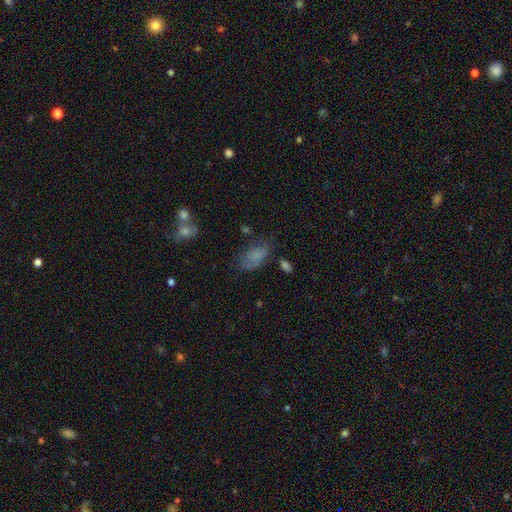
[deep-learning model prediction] A smooth galaxy with no disk features (74%) that is in between round and cigar-shaped (90%).

Vote fractions:
- Smooth or featured? smooth: 74% / featured or disk: 14% / star or artifact: 12%
- How rounded? in between: 90% / round: 6% / cigar-shaped: 4%
- Merging? none: 50% / minor disturbance: 29% / major disturbance: 15% / merger: 5%